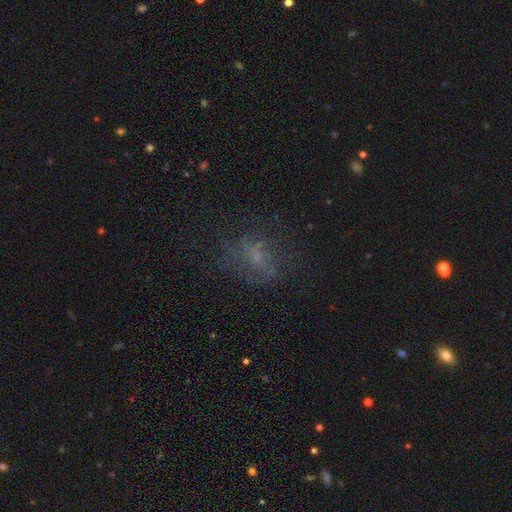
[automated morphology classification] Smooth or featured?
  - smooth: 39% *
  - featured or disk: 37%
  - star or artifact: 24%
Merging?
  - none: 58% *
  - major disturbance: 21%
  - minor disturbance: 19%
  - merger: 2%